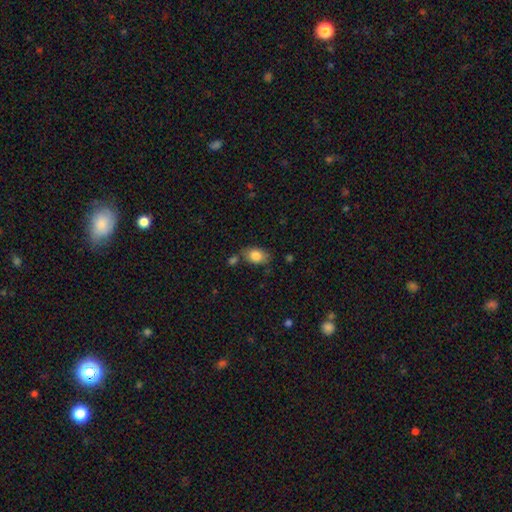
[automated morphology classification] smooth-or-featured: smooth: 84% | featured or disk: 8% | star or artifact: 8%
  how-rounded: in between: 81% | round: 18% | cigar-shaped: 1%
  merging: none: 67% | minor disturbance: 18% | merger: 10% | major disturbance: 5%